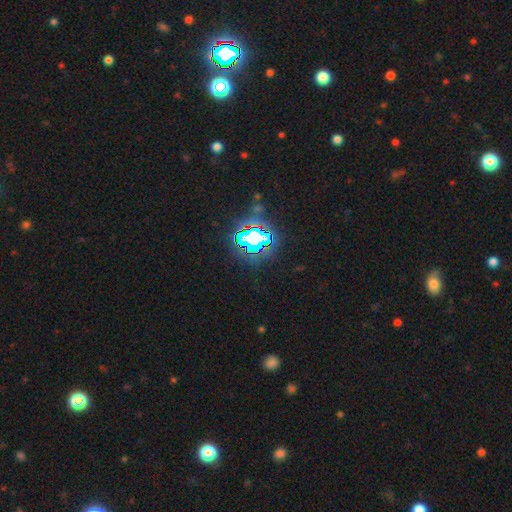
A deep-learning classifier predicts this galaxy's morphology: Smooth or featured?
  - star or artifact: 84% *
  - smooth: 9%
  - featured or disk: 6%